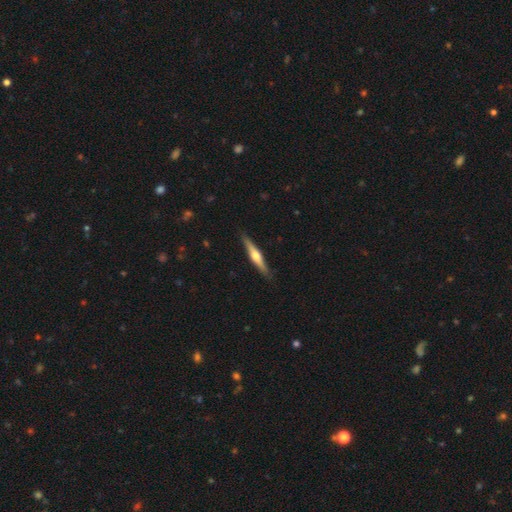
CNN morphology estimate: featured or disk 62%, smooth 33%, star or artifact 5%. Down the decision tree: edge-on disk — yes (97%); edge-on bulge — rounded (91%); merging — none (89%).